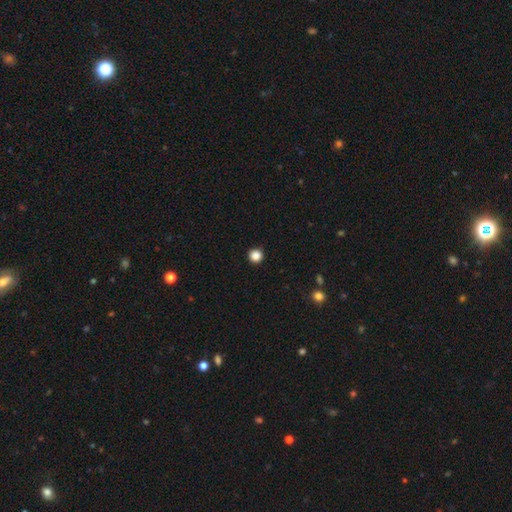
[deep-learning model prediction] A smooth galaxy with no disk features (86%) that is round (95%). Merging: none (93%).